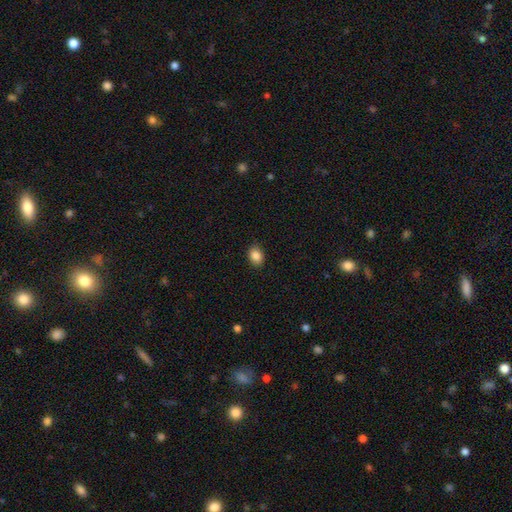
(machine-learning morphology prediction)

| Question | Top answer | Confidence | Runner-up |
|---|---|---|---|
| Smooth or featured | smooth | 87% | star or artifact (9%) |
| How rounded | in between | 69% | round (30%) |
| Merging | none | 88% | minor disturbance (9%) |